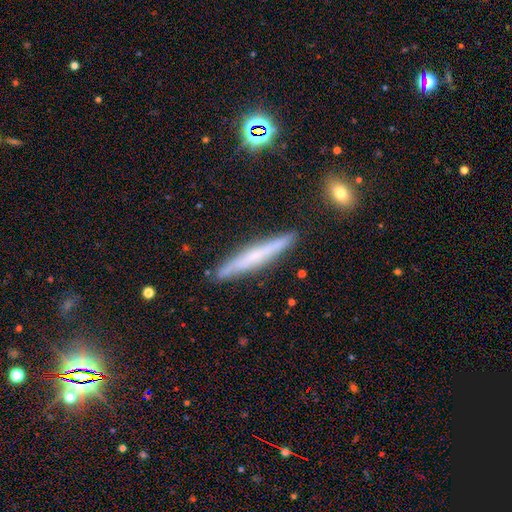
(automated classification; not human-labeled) smooth-or-featured: featured or disk: 49% | smooth: 41% | star or artifact: 9%
  merging: none: 88% | minor disturbance: 9% | major disturbance: 2% | merger: 2%